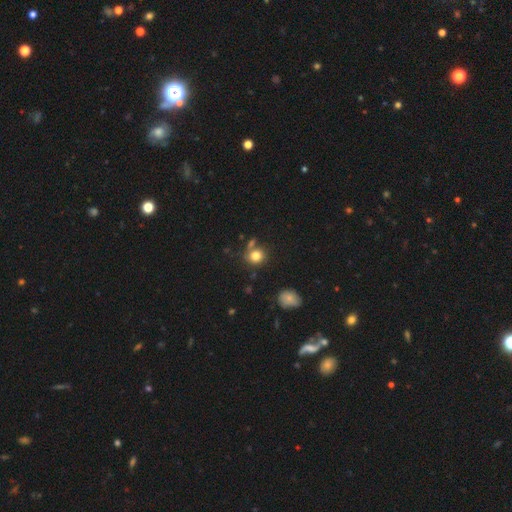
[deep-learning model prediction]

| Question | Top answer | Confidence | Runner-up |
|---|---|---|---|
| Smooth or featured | smooth | 80% | star or artifact (12%) |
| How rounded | round | 79% | in between (20%) |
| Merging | none | 69% | merger (15%) |